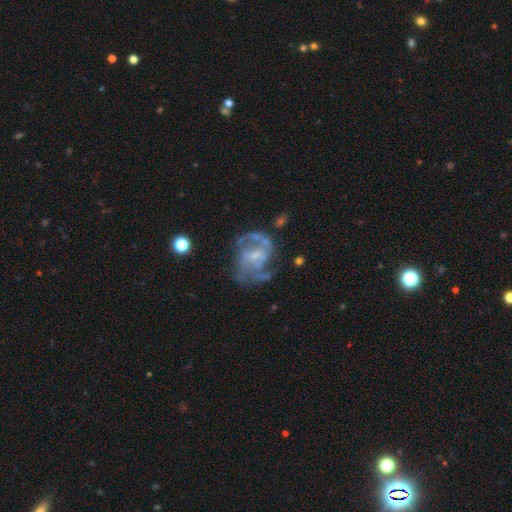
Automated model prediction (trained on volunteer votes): Smooth or featured? Predicted: featured or disk (p=0.80). Edge-on disk? Predicted: no (p=0.98). Bar? Predicted: weak (p=0.45). Spiral arms? Predicted: yes (p=0.80). Spiral winding? Predicted: medium (p=0.49). Spiral arm count? Predicted: 2 (p=0.53). Bulge size? Predicted: small (p=0.53). Merging? Predicted: none (p=0.51).